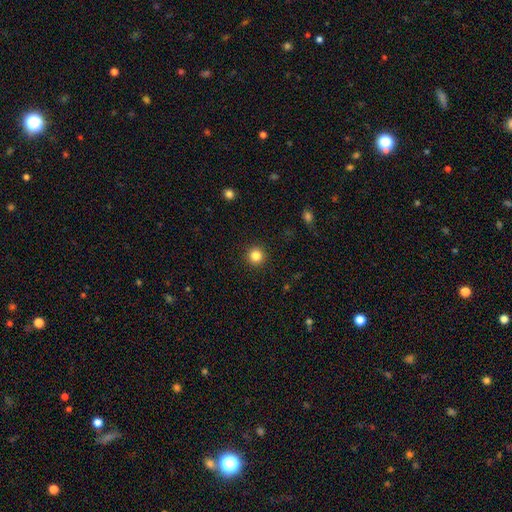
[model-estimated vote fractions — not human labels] Smooth or featured: smooth — 84% (star or artifact — 11%)
How rounded: round — 96% (in between — 3%)
Merging: none — 93% (minor disturbance — 4%)